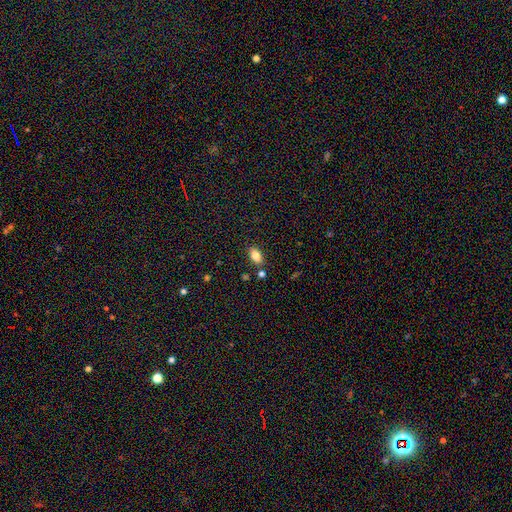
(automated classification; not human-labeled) Q: Smooth or featured?
A: smooth (82%); runner-up: star or artifact (9%)
Q: How rounded?
A: in between (90%); runner-up: round (7%)
Q: Merging?
A: none (80%); runner-up: minor disturbance (11%)